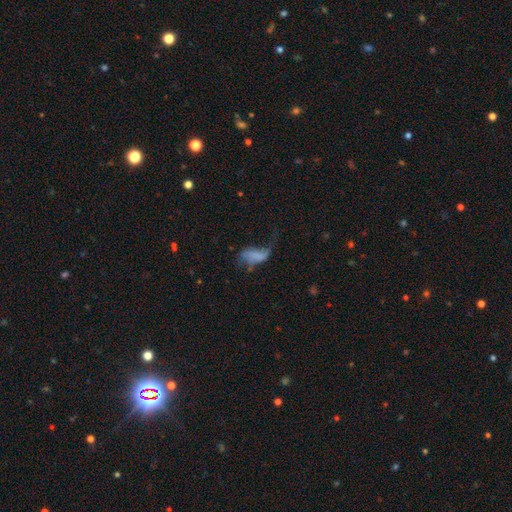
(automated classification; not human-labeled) smooth 45%, featured or disk 42%, star or artifact 13%. Down the decision tree: merging — major disturbance (49%).